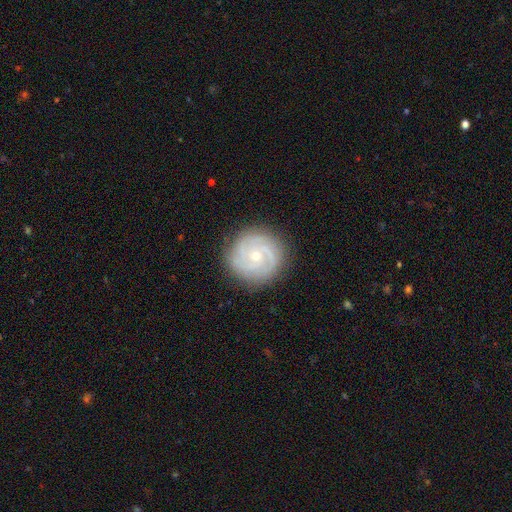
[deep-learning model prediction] Smooth or featured: featured or disk — 83% (smooth — 11%)
Edge-on disk: no — 98% (yes — 2%)
Bar: no — 74% (weak — 22%)
Spiral arms: yes — 96% (no — 4%)
Spiral winding: tight — 67% (medium — 28%)
Spiral arm count: 3 — 44% (2 — 20%)
Bulge size: small — 67% (moderate — 31%)
Merging: none — 85% (minor disturbance — 11%)